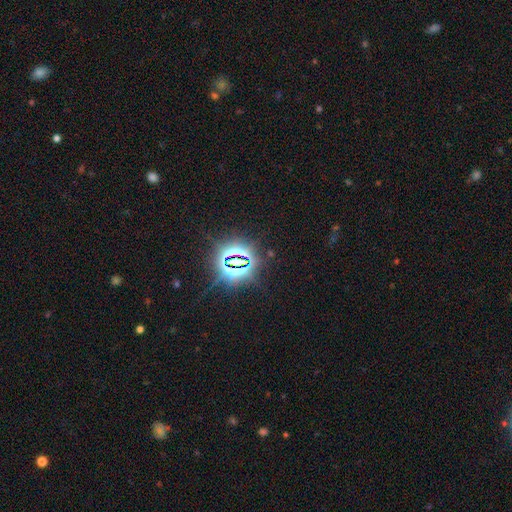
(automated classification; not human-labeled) Overall: star or artifact (83%).